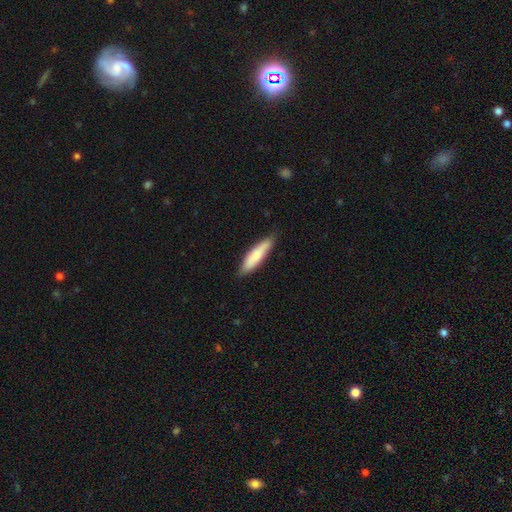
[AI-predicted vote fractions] A smooth galaxy with no disk features (80%) that is cigar-shaped (74%). Merging: none (81%).